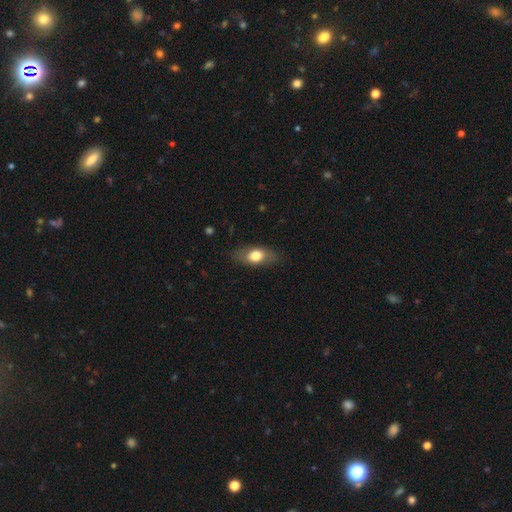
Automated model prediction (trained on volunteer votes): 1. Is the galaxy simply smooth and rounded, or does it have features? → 72% smooth, 21% featured or disk, 7% star or artifact.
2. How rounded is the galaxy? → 83% in between, 9% round, 8% cigar-shaped.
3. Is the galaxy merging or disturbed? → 80% none, 15% minor disturbance, 4% major disturbance, 1% merger.